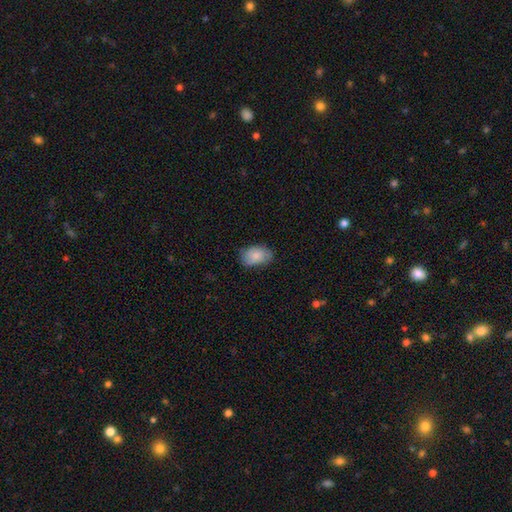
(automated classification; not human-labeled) A smooth galaxy with no disk features (72%) that is in between round and cigar-shaped (85%).

Vote fractions:
- Smooth or featured? smooth: 72% / featured or disk: 21% / star or artifact: 7%
- How rounded? in between: 85% / round: 13% / cigar-shaped: 1%
- Merging? none: 71% / minor disturbance: 23% / major disturbance: 5% / merger: 1%